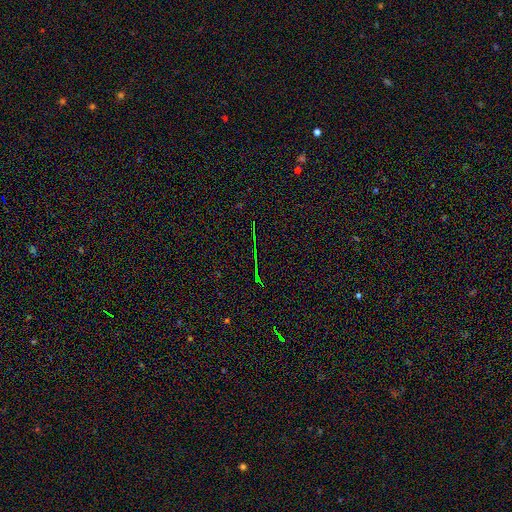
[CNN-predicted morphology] Q: Smooth or featured?
A: star or artifact (79%); runner-up: featured or disk (11%)